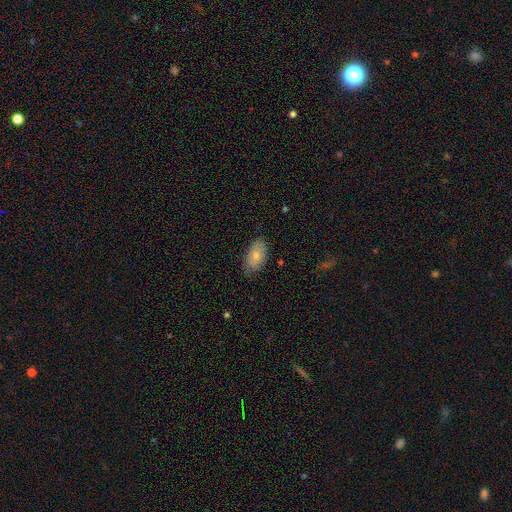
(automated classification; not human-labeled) Smooth or featured? smooth (77%)
How rounded? in between (94%)
Merging? none (77%)